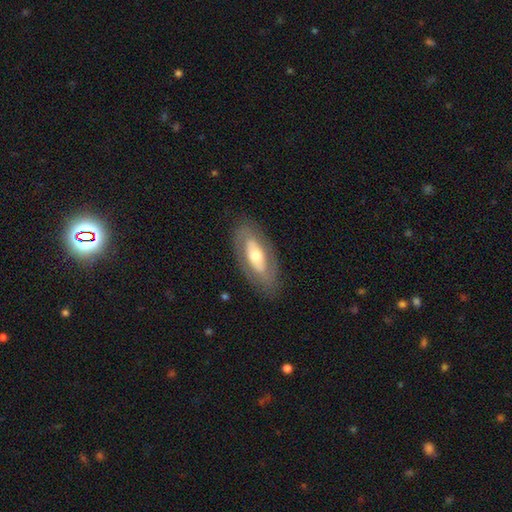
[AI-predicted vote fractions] Overall: featured or disk (57%; smooth 38%). Edge-on disk: no (82%). Merging: none (81%).